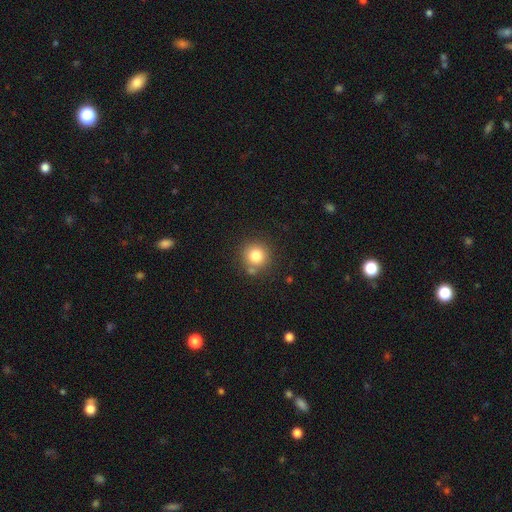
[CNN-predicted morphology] Smooth or featured: smooth — 80% (star or artifact — 12%)
How rounded: round — 93% (in between — 6%)
Merging: none — 78% (minor disturbance — 10%)